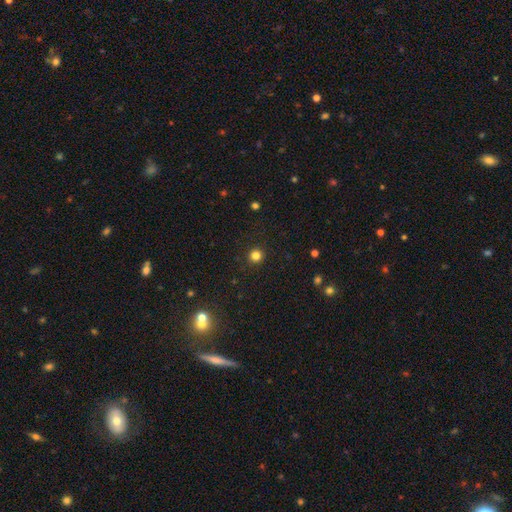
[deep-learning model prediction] A smooth galaxy with no disk features (82%) that is round (94%).

Vote fractions:
- Smooth or featured? smooth: 82% / star or artifact: 14% / featured or disk: 4%
- How rounded? round: 94% / in between: 5% / cigar-shaped: 1%
- Merging? none: 92% / minor disturbance: 5% / major disturbance: 2% / merger: 1%